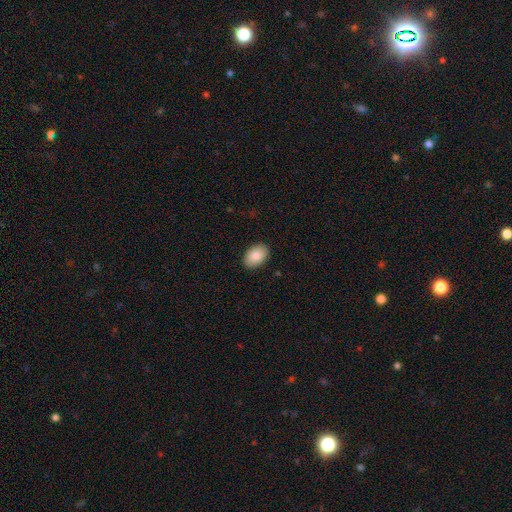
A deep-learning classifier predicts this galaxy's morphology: Smooth or featured? smooth (89%)
How rounded? in between (90%)
Merging? none (90%)